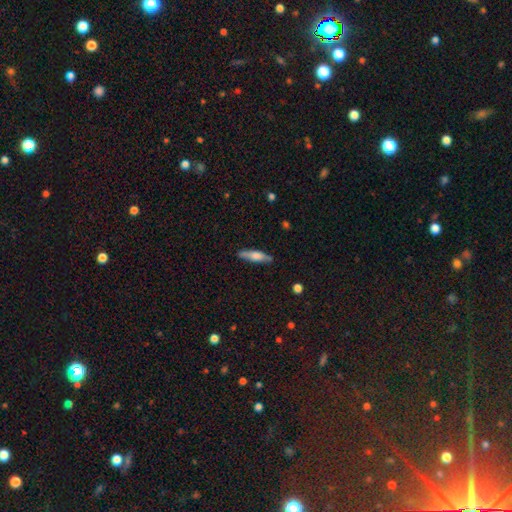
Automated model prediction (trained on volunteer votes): Q: Smooth or featured?
A: smooth (57%); runner-up: featured or disk (37%)
Q: How rounded?
A: cigar-shaped (73%); runner-up: in between (25%)
Q: Merging?
A: none (81%); runner-up: minor disturbance (15%)